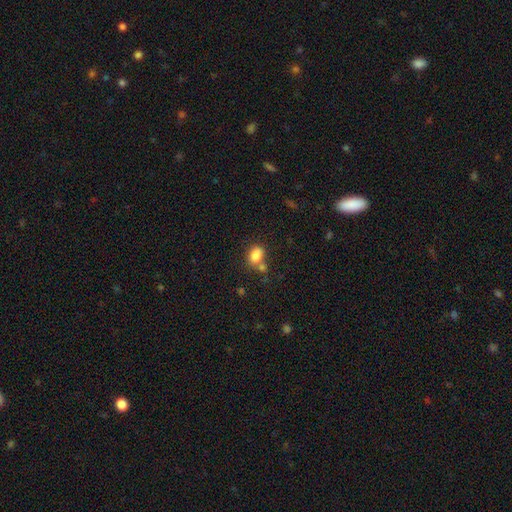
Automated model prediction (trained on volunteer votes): smooth 81%, star or artifact 10%, featured or disk 9%. Down the decision tree: how rounded — in between (72%); merging — none (48%).